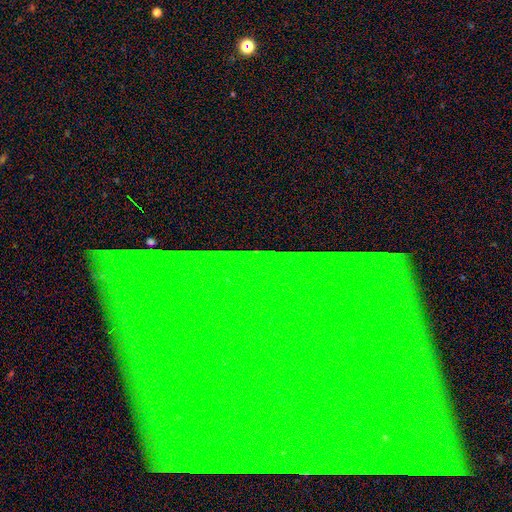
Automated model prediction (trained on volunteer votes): A star or artifact, not a galaxy (84%).